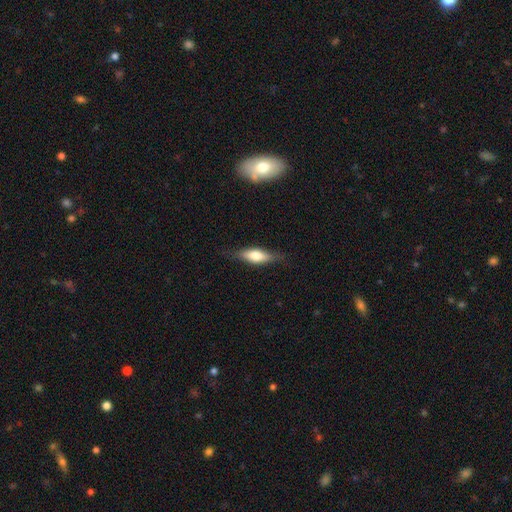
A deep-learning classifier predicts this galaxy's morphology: smooth-or-featured: smooth: 56% | featured or disk: 38% | star or artifact: 6%
  how-rounded: in between: 52% | cigar-shaped: 46% | round: 3%
  merging: none: 78% | minor disturbance: 17% | major disturbance: 4% | merger: 1%